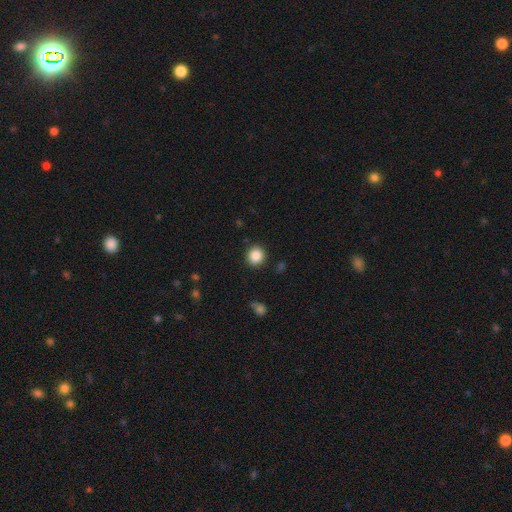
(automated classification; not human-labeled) Smooth or featured? smooth (87%)
How rounded? round (89%)
Merging? none (90%)